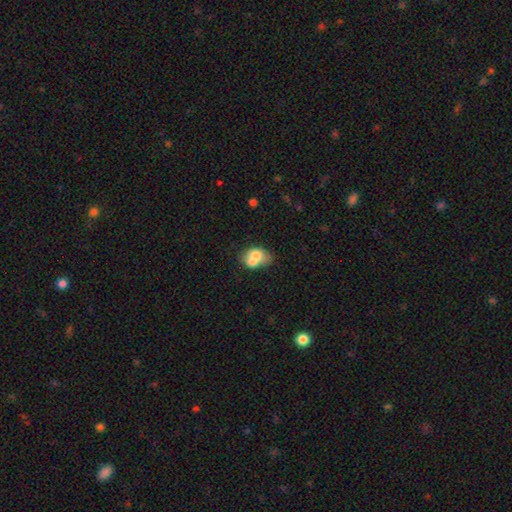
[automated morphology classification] Smooth or featured?
  - smooth: 68% *
  - featured or disk: 24%
  - star or artifact: 9%
How rounded?
  - in between: 63% *
  - round: 36%
  - cigar-shaped: 1%
Merging?
  - merger: 55% *
  - none: 28%
  - minor disturbance: 12%
  - major disturbance: 5%